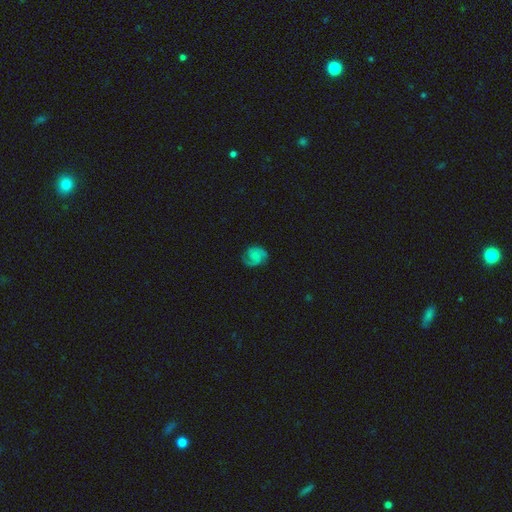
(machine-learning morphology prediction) Smooth or featured: featured or disk — 76% (smooth — 17%)
Edge-on disk: no — 98% (yes — 2%)
Bar: no — 66% (weak — 29%)
Spiral arms: yes — 96% (no — 4%)
Spiral winding: medium — 48% (tight — 35%)
Spiral arm count: 2 — 82% (can't tell — 5%)
Bulge size: none — 45% (small — 37%)
Merging: none — 76% (minor disturbance — 16%)